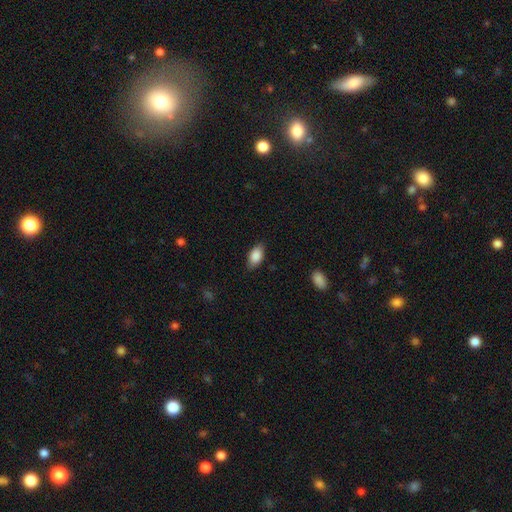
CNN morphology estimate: Smooth or featured?
  - smooth: 87% *
  - star or artifact: 7%
  - featured or disk: 6%
How rounded?
  - in between: 92% *
  - round: 5%
  - cigar-shaped: 3%
Merging?
  - none: 82% *
  - minor disturbance: 14%
  - major disturbance: 3%
  - merger: 1%